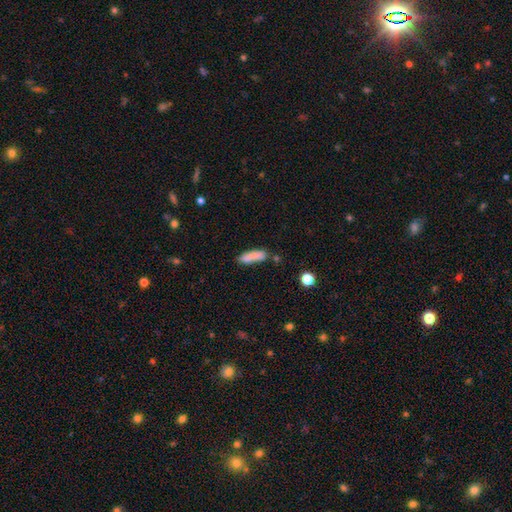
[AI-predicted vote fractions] smooth-or-featured: smooth: 81% | featured or disk: 11% | star or artifact: 8%
  how-rounded: cigar-shaped: 59% | in between: 39% | round: 2%
  merging: none: 60% | minor disturbance: 22% | merger: 12% | major disturbance: 7%